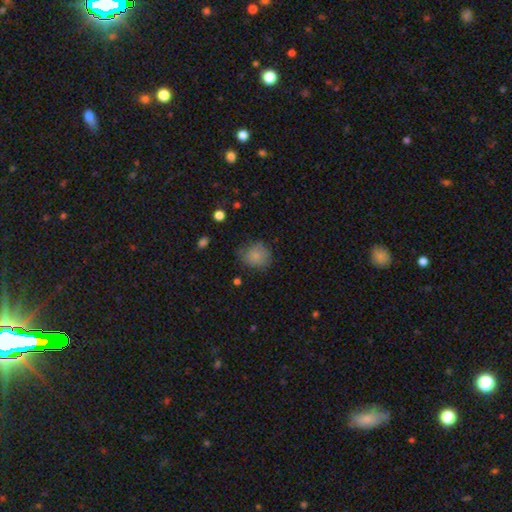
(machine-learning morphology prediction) The model was most divided on "merging": none: 65%, minor disturbance: 26%, major disturbance: 8%, merger: 2%. More confident: smooth or featured — smooth (81%); how rounded — round (76%).